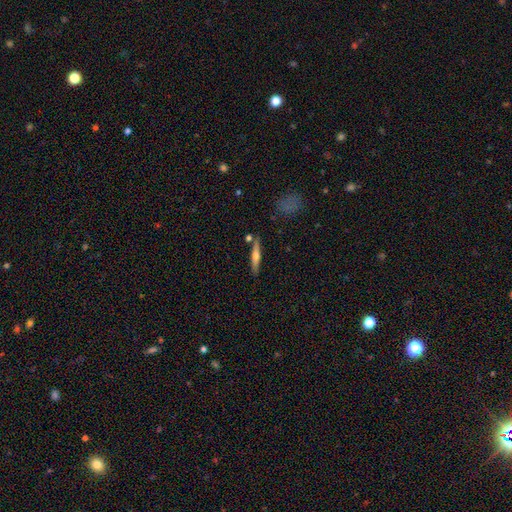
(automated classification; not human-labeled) Smooth or featured: featured or disk — 52% (smooth — 42%)
Edge-on disk: yes — 95% (no — 5%)
Merging: none — 83% (minor disturbance — 9%)